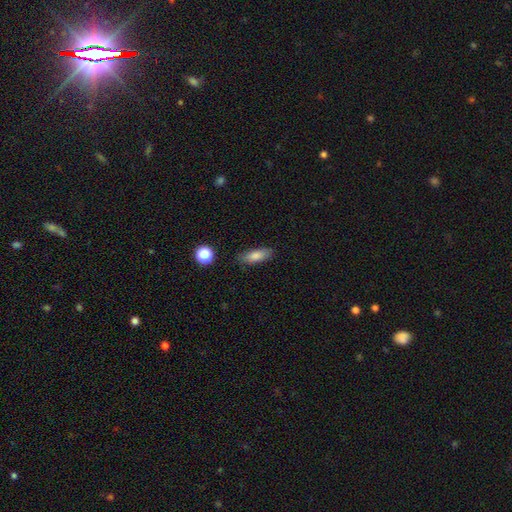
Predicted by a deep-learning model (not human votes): Smooth or featured: smooth — 80% (featured or disk — 11%)
How rounded: in between — 66% (cigar-shaped — 30%)
Merging: none — 83% (minor disturbance — 13%)